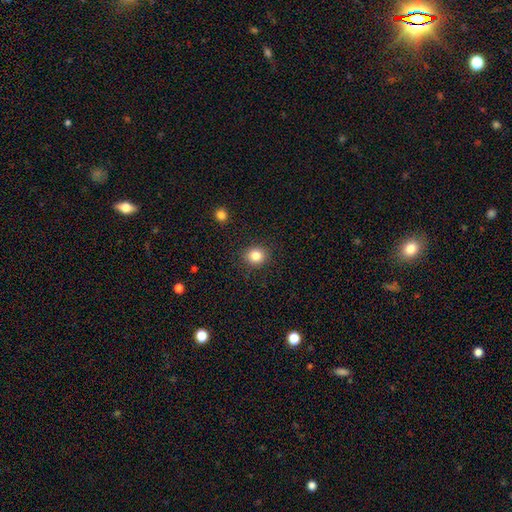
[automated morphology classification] Smooth or featured? Predicted: smooth (p=0.84). How rounded? Predicted: round (p=0.80). Merging? Predicted: none (p=0.89).